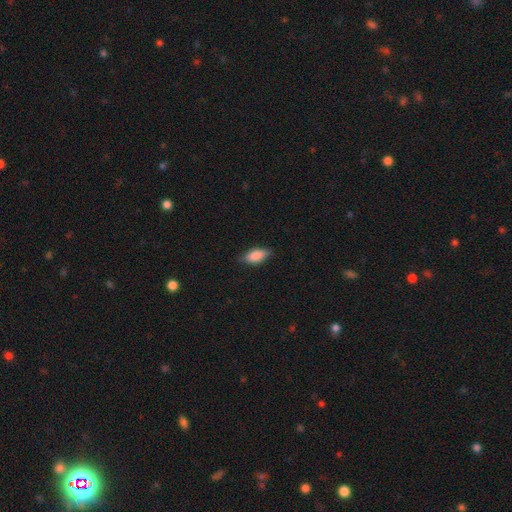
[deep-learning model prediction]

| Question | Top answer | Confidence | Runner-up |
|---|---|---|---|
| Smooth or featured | smooth | 84% | featured or disk (9%) |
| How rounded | in between | 87% | cigar-shaped (10%) |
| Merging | none | 78% | minor disturbance (18%) |